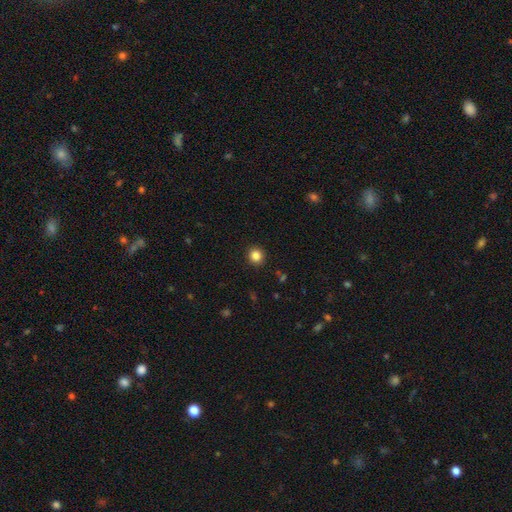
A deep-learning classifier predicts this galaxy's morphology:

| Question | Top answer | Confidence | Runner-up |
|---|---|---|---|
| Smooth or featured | smooth | 85% | star or artifact (11%) |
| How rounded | round | 91% | in between (8%) |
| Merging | none | 92% | minor disturbance (5%) |